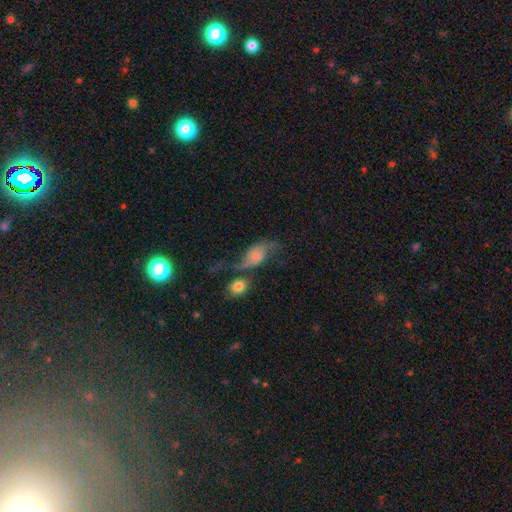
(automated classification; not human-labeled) Smooth or featured?
  - featured or disk: 55% *
  - smooth: 36%
  - star or artifact: 9%
Edge-on disk?
  - no: 93% *
  - yes: 7%
Bar?
  - no: 70% *
  - weak: 24%
  - strong: 6%
Spiral arms?
  - yes: 80% *
  - no: 20%
Bulge size?
  - small: 44% *
  - moderate: 27%
  - none: 17%
  - large: 8%
  - dominant: 3%
Merging?
  - merger: 36% *
  - none: 25%
  - major disturbance: 23%
  - minor disturbance: 16%